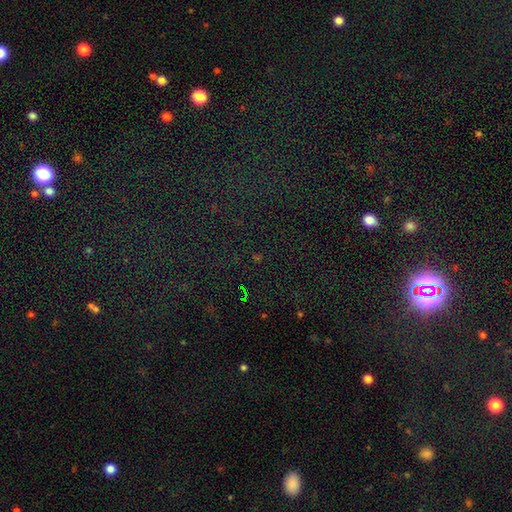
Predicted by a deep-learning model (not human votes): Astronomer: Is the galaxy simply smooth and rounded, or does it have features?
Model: star or artifact — 76%.